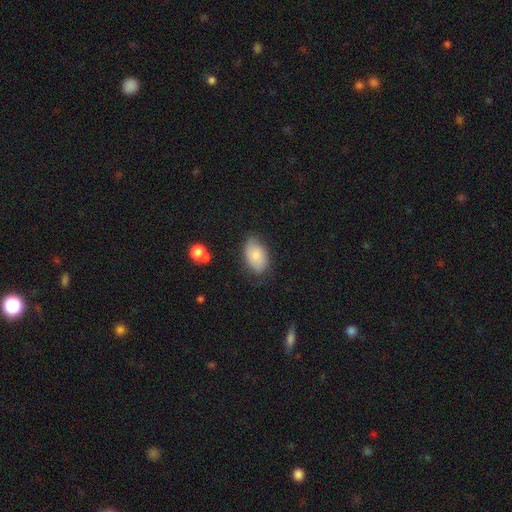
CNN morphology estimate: smooth_or_featured: smooth (p=0.77) [alt: featured or disk p=0.16]
how_rounded: in between (p=0.91) [alt: round p=0.08]
merging: none (p=0.64) [alt: minor disturbance p=0.26]